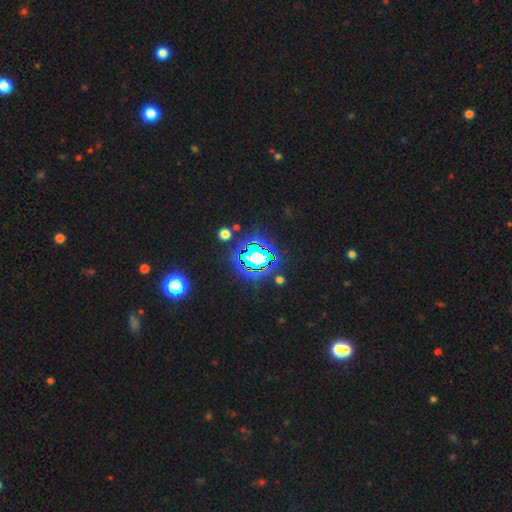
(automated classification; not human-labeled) smooth_or_featured: star or artifact (p=0.78) [alt: smooth p=0.14]